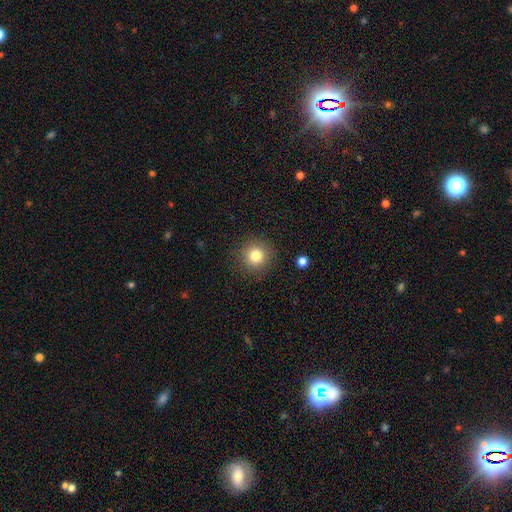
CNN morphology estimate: This appears to be a smooth galaxy with no disk features (81%) that is round (94%). Merging: none (89%).